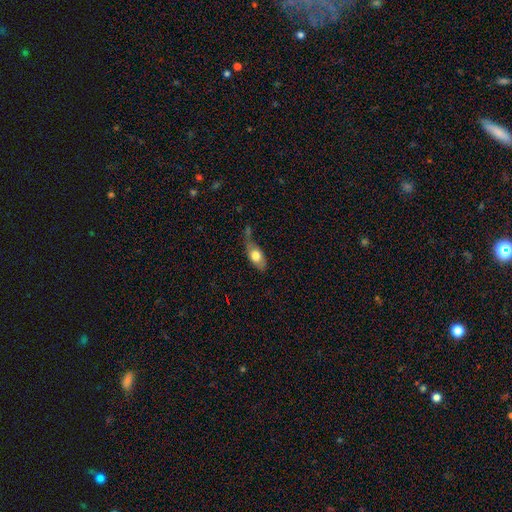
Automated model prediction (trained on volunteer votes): The model was most divided on "merging": none: 40%, minor disturbance: 30%, major disturbance: 17%, merger: 13%. More confident: how rounded — in between (84%); smooth or featured — smooth (72%).